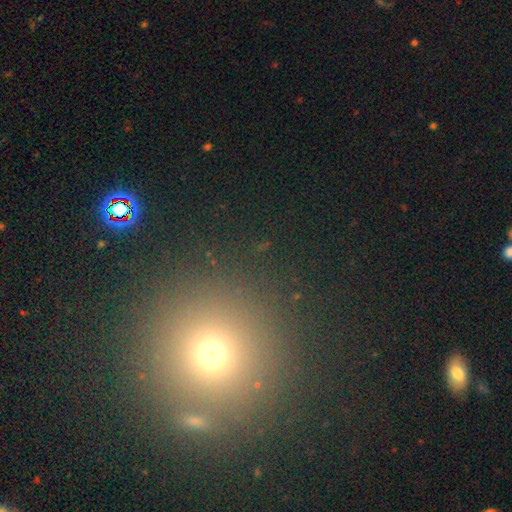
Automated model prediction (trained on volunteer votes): Smooth or featured? smooth (60%)
How rounded? round (95%)
Merging? none (87%)